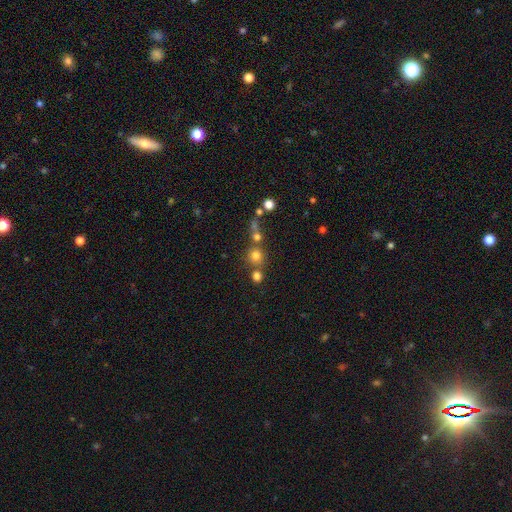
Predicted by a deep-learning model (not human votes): Smooth or featured? Predicted: smooth (p=0.72). How rounded? Predicted: round (p=0.90). Merging? Predicted: none (p=0.60).